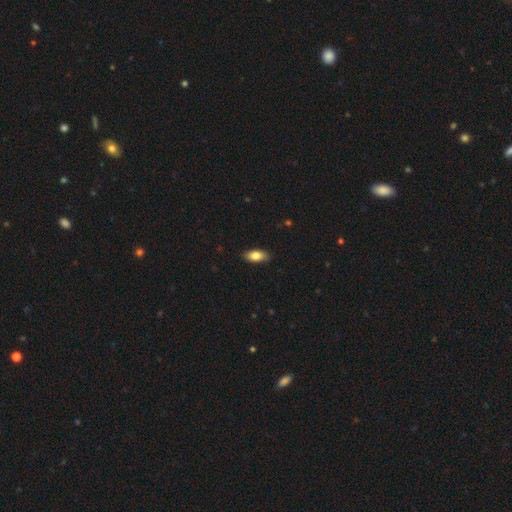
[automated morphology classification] Smooth or featured: smooth — 83% (featured or disk — 11%)
How rounded: in between — 87% (cigar-shaped — 10%)
Merging: none — 87% (minor disturbance — 10%)